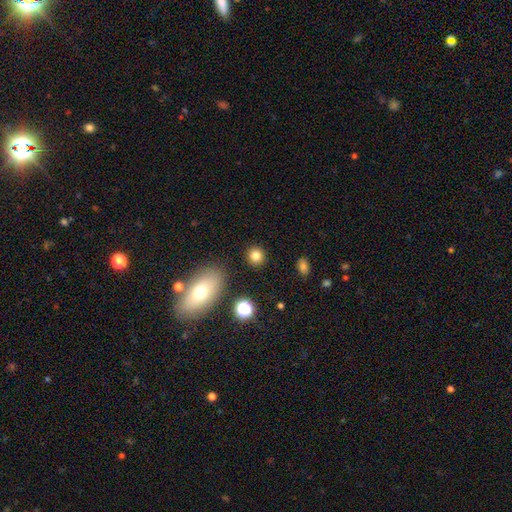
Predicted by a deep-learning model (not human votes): smooth-or-featured: smooth: 81% | star or artifact: 13% | featured or disk: 6%
  how-rounded: round: 87% | in between: 12% | cigar-shaped: 1%
  merging: none: 89% | minor disturbance: 6% | major disturbance: 2% | merger: 2%